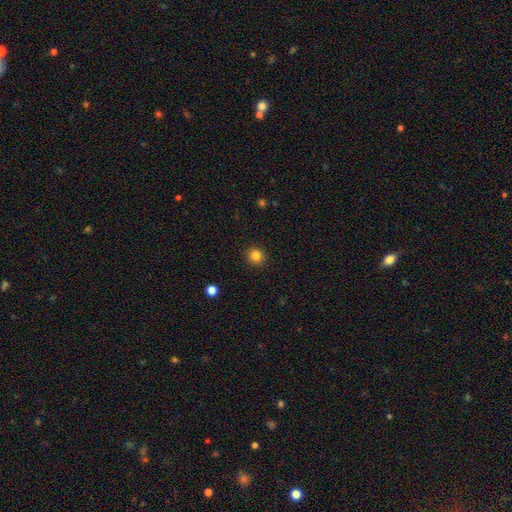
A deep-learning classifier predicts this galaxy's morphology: Overall: smooth (83%). How rounded: round (91%). Merging: none (92%).